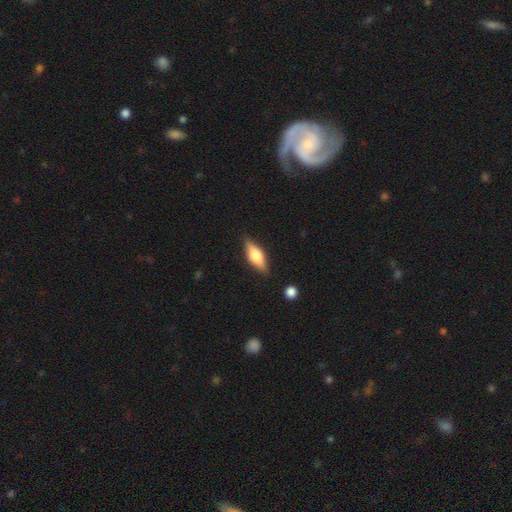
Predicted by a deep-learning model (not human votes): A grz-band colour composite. It shows a featured or disk galaxy (48%). Merging: none (86%).